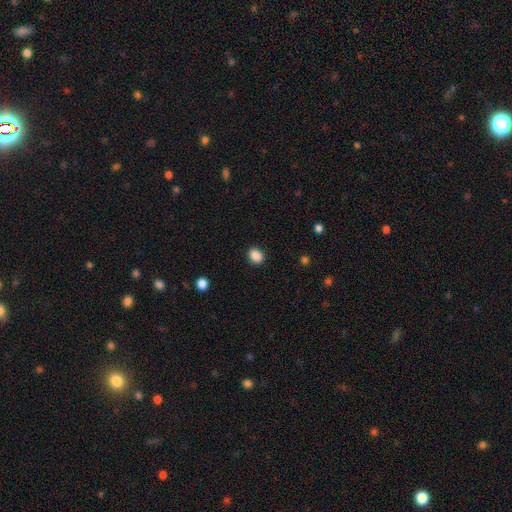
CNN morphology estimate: Q: Smooth or featured?
A: smooth (88%); runner-up: star or artifact (10%)
Q: How rounded?
A: round (60%); runner-up: in between (39%)
Q: Merging?
A: none (89%); runner-up: minor disturbance (7%)